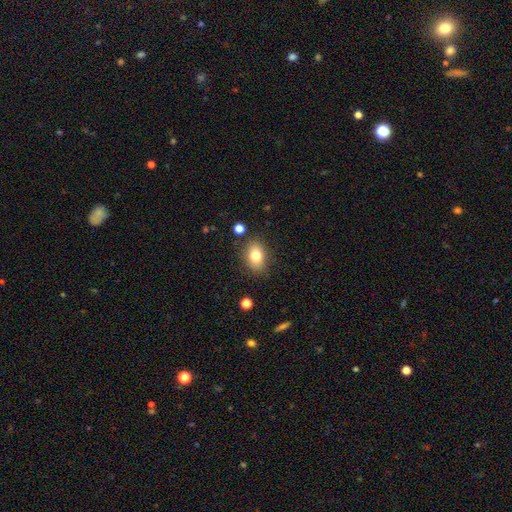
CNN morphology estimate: type=smooth (80%); roundness=in between (75%); merging=none (84%).